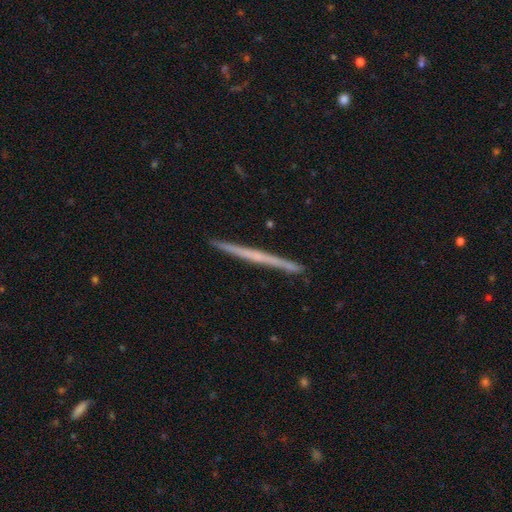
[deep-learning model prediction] Morphology: type=featured or disk (60%); edge-on=yes (98%); edge-on bulge=none (82%); merging=none (92%).